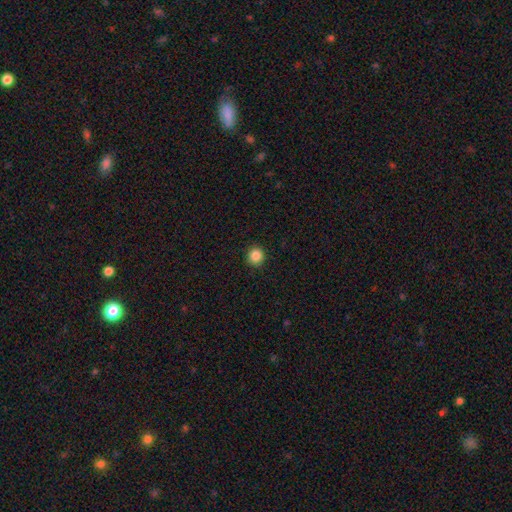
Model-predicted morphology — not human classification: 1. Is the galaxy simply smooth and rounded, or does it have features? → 86% smooth, 10% star or artifact, 4% featured or disk.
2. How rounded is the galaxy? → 91% round, 8% in between, 1% cigar-shaped.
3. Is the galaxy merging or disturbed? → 92% none, 5% minor disturbance, 2% major disturbance, 1% merger.